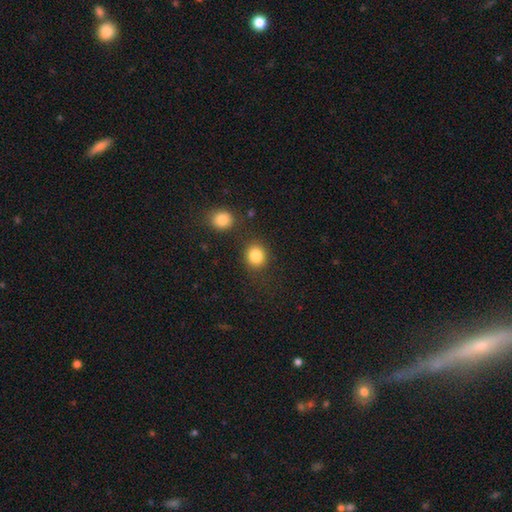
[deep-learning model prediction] Smooth or featured: smooth — 85% (star or artifact — 10%)
How rounded: round — 81% (in between — 18%)
Merging: none — 81% (minor disturbance — 9%)